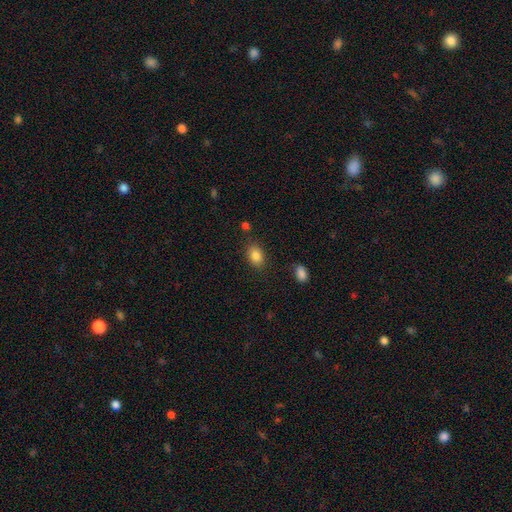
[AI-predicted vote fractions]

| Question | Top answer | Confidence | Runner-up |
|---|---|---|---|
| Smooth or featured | smooth | 84% | star or artifact (9%) |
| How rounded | in between | 78% | round (21%) |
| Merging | none | 82% | minor disturbance (12%) |